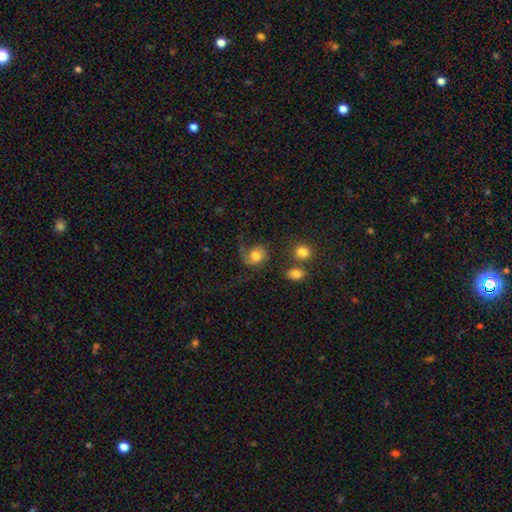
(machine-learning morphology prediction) Smooth or featured? Predicted: smooth (p=0.49). Merging? Predicted: none (p=0.41).